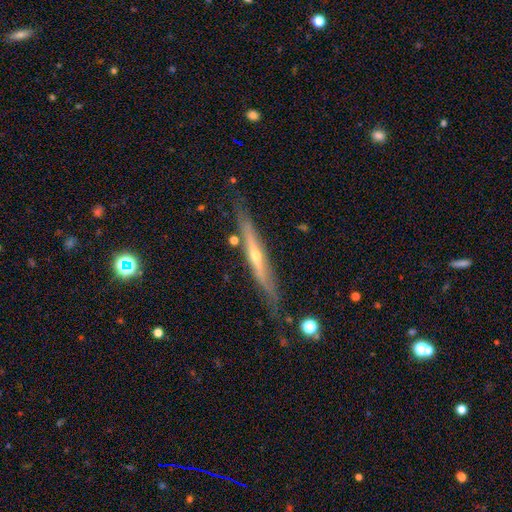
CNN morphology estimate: Smooth or featured? Predicted: featured or disk (p=0.73). Edge-on disk? Predicted: yes (p=0.91). Edge-on bulge? Predicted: rounded (p=0.74). Merging? Predicted: none (p=0.76).